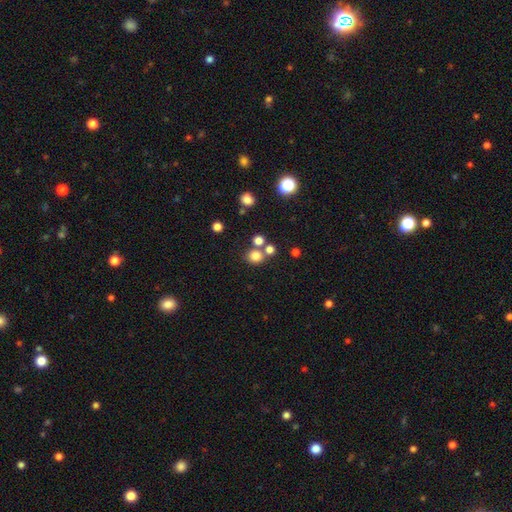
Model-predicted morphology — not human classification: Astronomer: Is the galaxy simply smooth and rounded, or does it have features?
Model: smooth — 77%.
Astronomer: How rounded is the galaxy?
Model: round — 84%.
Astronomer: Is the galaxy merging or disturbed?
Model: none — 64%.